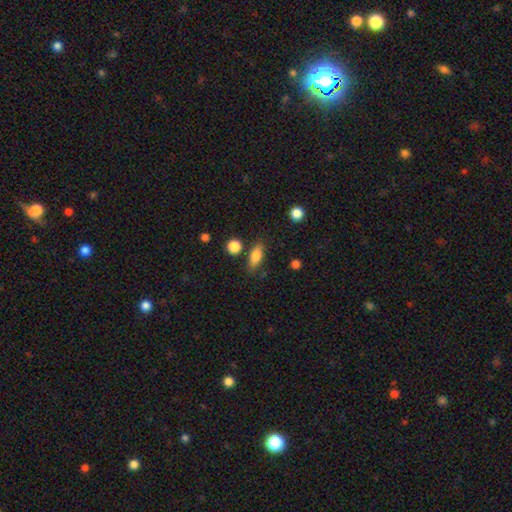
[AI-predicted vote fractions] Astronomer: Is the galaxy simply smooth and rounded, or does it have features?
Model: smooth — 81%.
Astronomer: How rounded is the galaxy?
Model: in between — 71%.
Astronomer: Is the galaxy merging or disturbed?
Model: none — 78%.